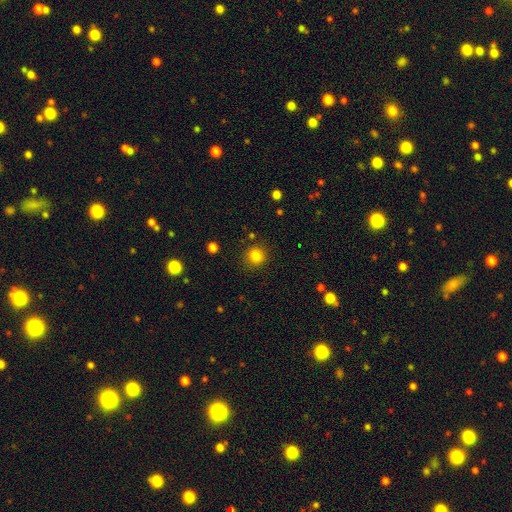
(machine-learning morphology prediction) The model was most divided on "smooth or featured": smooth: 83%, star or artifact: 12%, featured or disk: 5%. More confident: how rounded — round (90%); merging — none (88%).